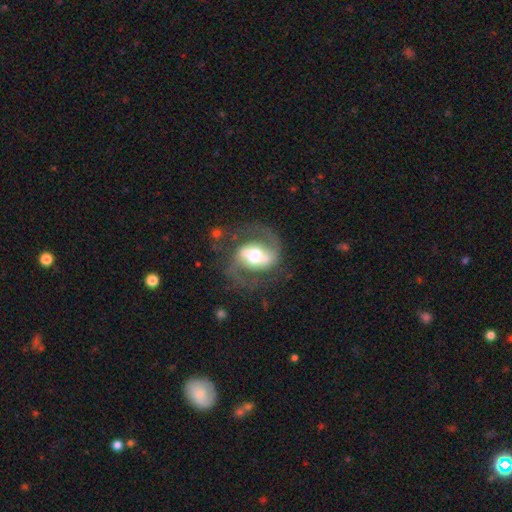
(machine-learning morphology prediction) The model was most divided on "bulge size": moderate: 50%, large: 32%, small: 11%, dominant: 5%, none: 2%. More confident: edge-on disk — no (97%); spiral arms — yes (94%); spiral arm count — 2 (91%); smooth or featured — featured or disk (86%); merging — none (70%); spiral winding — medium (56%); bar — strong (55%).